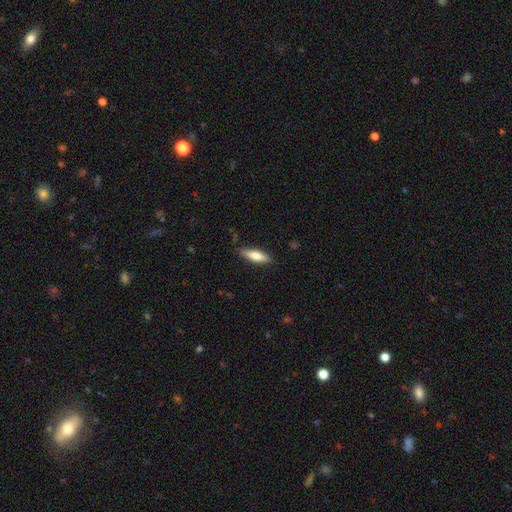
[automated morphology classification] Smooth or featured?
  - smooth: 69% *
  - featured or disk: 25%
  - star or artifact: 6%
How rounded?
  - cigar-shaped: 56% *
  - in between: 42%
  - round: 2%
Merging?
  - none: 85% *
  - minor disturbance: 12%
  - major disturbance: 2%
  - merger: 1%